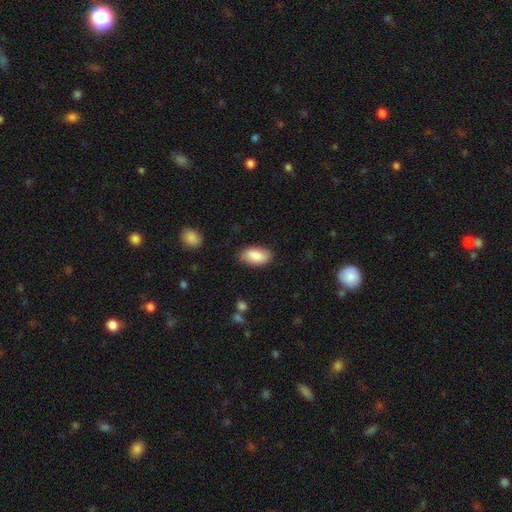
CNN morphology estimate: smooth 86%, featured or disk 8%, star or artifact 6%. Down the decision tree: how rounded — in between (94%); merging — none (82%).